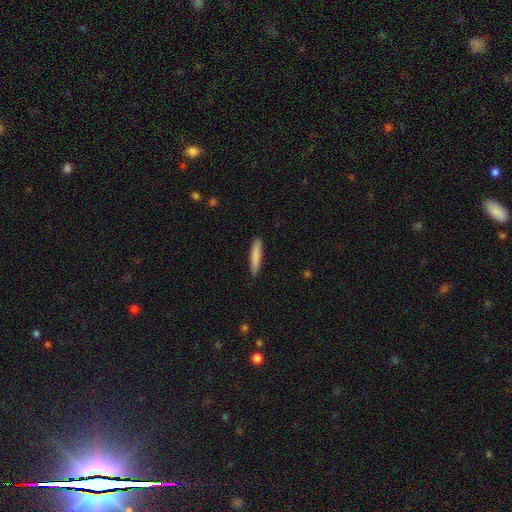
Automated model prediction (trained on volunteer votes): A smooth galaxy with no disk features (82%) that is cigar-shaped (91%).

Vote fractions:
- Smooth or featured? smooth: 82% / featured or disk: 12% / star or artifact: 6%
- How rounded? cigar-shaped: 91% / in between: 8% / round: 1%
- Merging? none: 86% / minor disturbance: 11% / major disturbance: 2% / merger: 1%